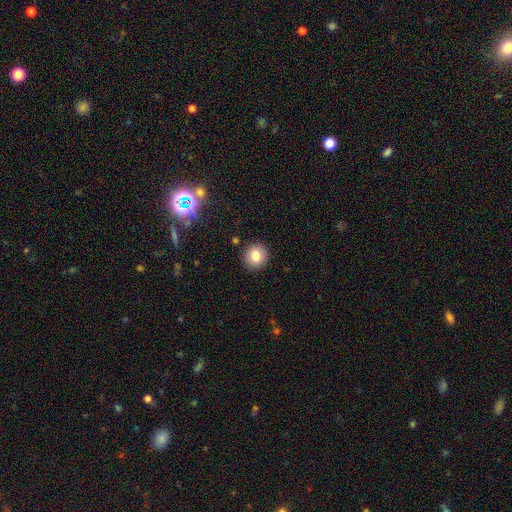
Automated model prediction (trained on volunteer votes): This is clearly a smooth galaxy (80%). How rounded: clearly round (89%). Merging: clearly none (91%).